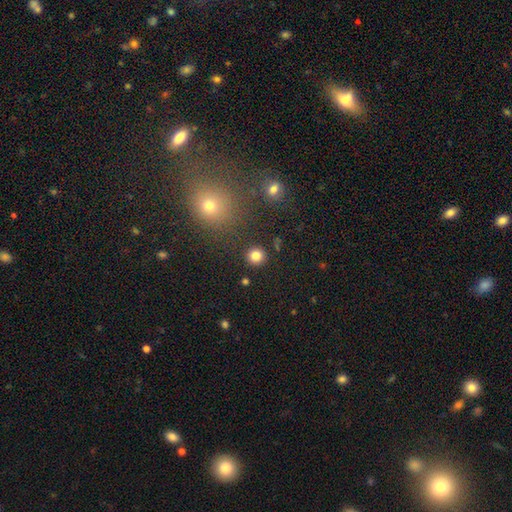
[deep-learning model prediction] This appears to be a smooth galaxy with no disk features (82%) that is round (93%). Merging: none (91%).